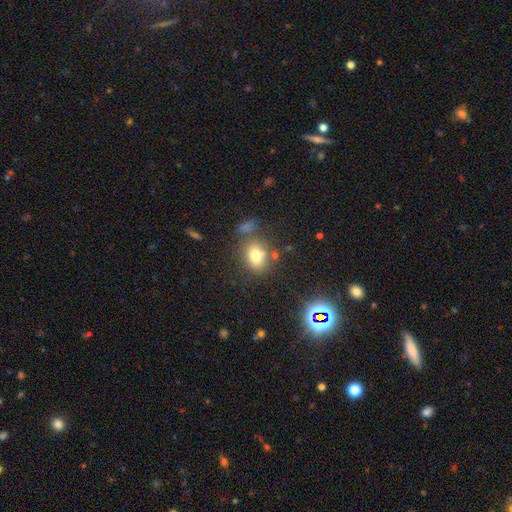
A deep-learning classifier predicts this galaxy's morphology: type=smooth (75%); roundness=in between (57%); merging=none (65%).